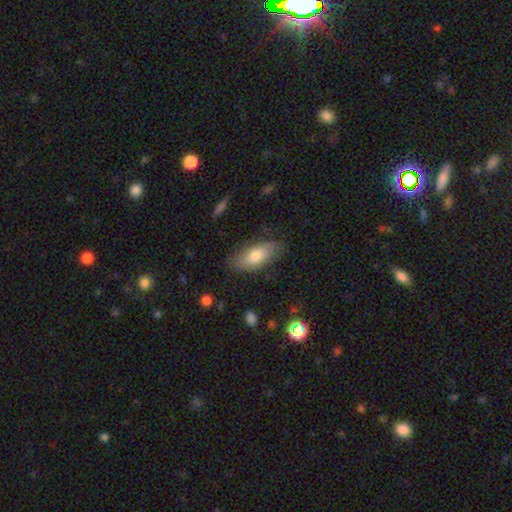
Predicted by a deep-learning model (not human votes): This appears to be a smooth galaxy with no disk features (76%) that is in between round and cigar-shaped (86%). Merging: none (78%).